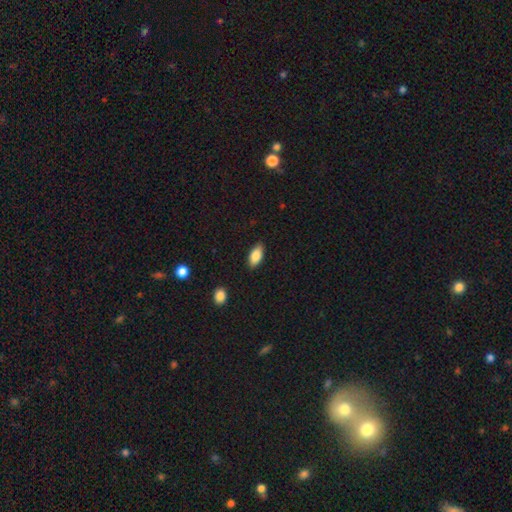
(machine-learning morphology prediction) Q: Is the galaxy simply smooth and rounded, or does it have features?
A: smooth — 83%.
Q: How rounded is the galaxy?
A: in between — 89%.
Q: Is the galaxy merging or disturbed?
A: none — 86%.